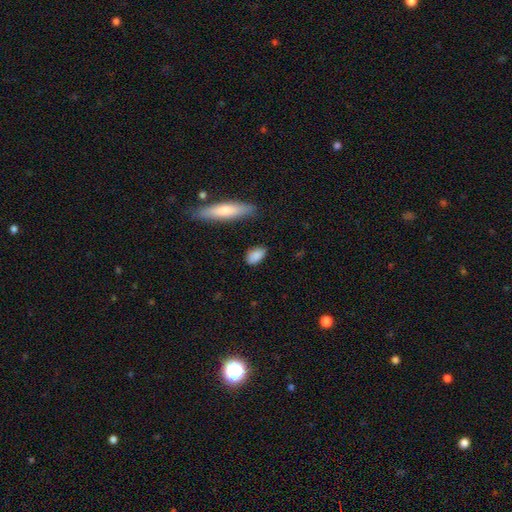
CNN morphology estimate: Smooth or featured? smooth (85%)
How rounded? in between (87%)
Merging? none (79%)